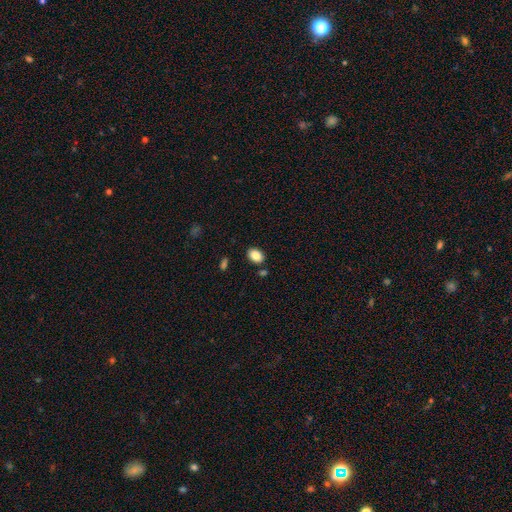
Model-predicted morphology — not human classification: smooth 87%, star or artifact 8%, featured or disk 5%. Down the decision tree: how rounded — in between (77%); merging — none (84%).